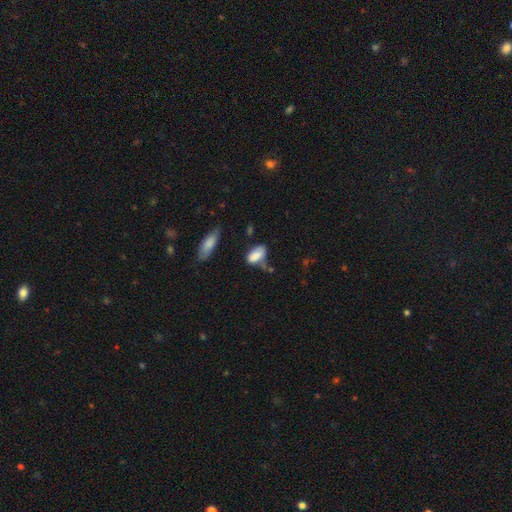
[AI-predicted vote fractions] smooth-or-featured: smooth: 82% | featured or disk: 10% | star or artifact: 8%
  how-rounded: in between: 90% | cigar-shaped: 5% | round: 5%
  merging: none: 45% | minor disturbance: 31% | merger: 14% | major disturbance: 11%